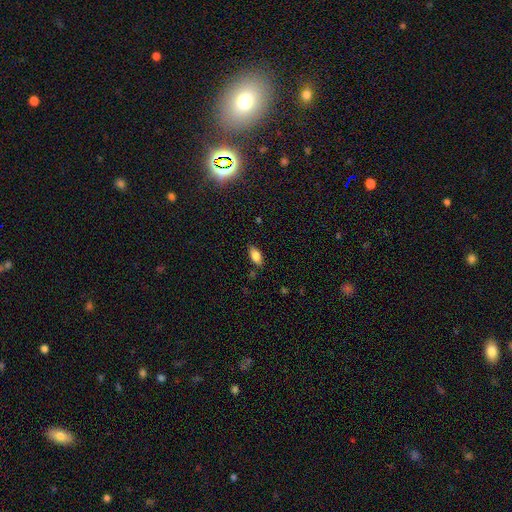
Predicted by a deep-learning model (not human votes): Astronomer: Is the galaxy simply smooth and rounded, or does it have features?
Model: smooth — 81%.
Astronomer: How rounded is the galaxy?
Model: in between — 88%.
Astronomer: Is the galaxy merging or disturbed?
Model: none — 84%.